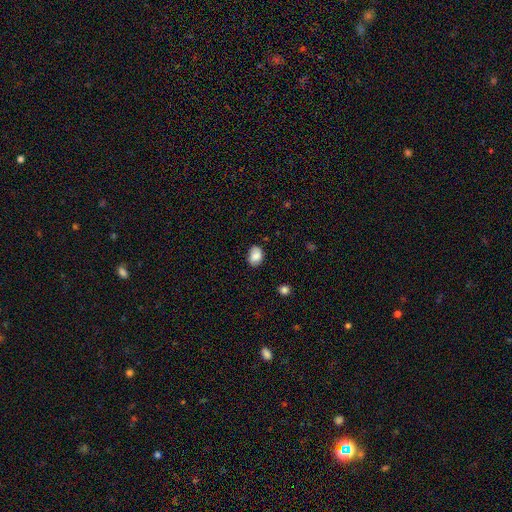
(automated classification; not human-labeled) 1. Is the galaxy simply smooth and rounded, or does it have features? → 82% smooth, 10% featured or disk, 8% star or artifact.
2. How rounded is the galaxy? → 76% in between, 23% round, 1% cigar-shaped.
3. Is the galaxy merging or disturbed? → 73% none, 22% minor disturbance, 4% major disturbance, 2% merger.